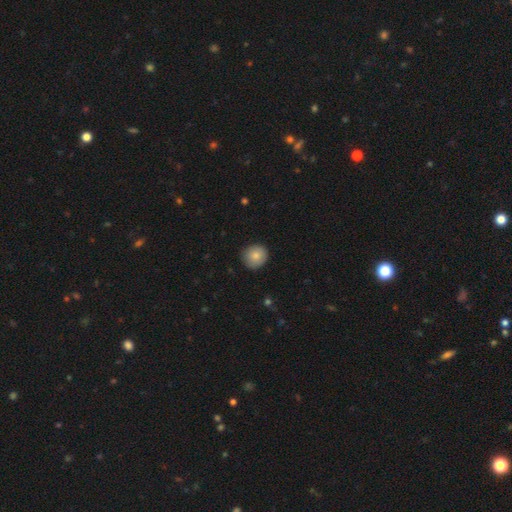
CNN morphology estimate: Smooth or featured?
  - smooth: 82% *
  - featured or disk: 10%
  - star or artifact: 8%
How rounded?
  - round: 89% *
  - in between: 10%
  - cigar-shaped: 1%
Merging?
  - none: 87% *
  - minor disturbance: 10%
  - major disturbance: 2%
  - merger: 1%